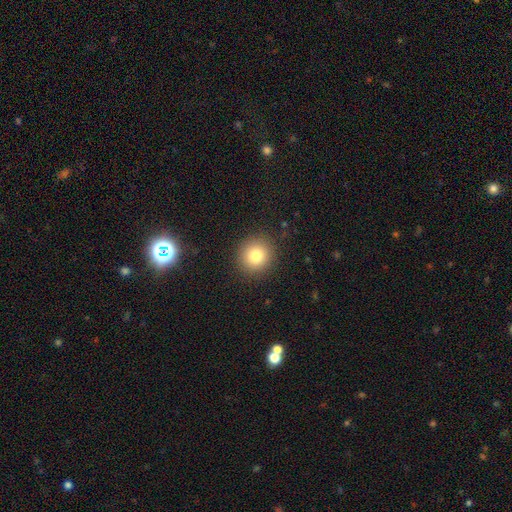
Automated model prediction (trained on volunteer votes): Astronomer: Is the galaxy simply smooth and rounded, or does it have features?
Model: smooth — 79%.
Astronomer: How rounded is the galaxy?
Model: round — 91%.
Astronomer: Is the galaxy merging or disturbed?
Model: none — 90%.